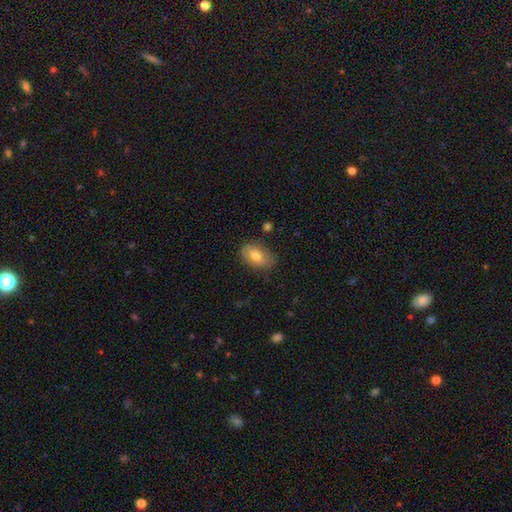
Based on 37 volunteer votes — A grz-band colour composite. It shows a smooth galaxy with no disk features (78%) that is in between round and cigar-shaped (97%). Merging: none (76%).